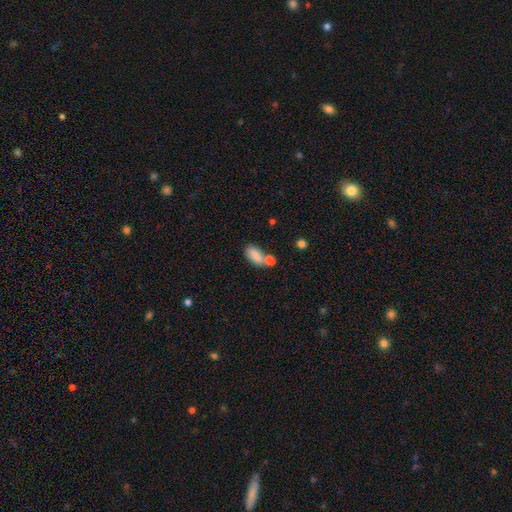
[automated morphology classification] smooth_or_featured: smooth (p=0.83) [alt: featured or disk p=0.09]
how_rounded: in between (p=0.91) [alt: round p=0.05]
merging: merger (p=0.45) [alt: none p=0.37]